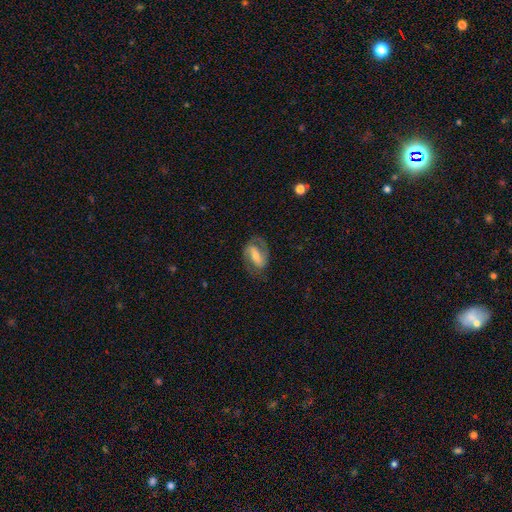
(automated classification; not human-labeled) featured or disk 75%, smooth 18%, star or artifact 7%. Down the decision tree: edge-on disk — no (95%); bar — strong (46%); spiral arms — yes (90%); spiral arm count — 2 (86%); spiral winding — medium (49%); bulge size — moderate (45%); merging — none (75%).